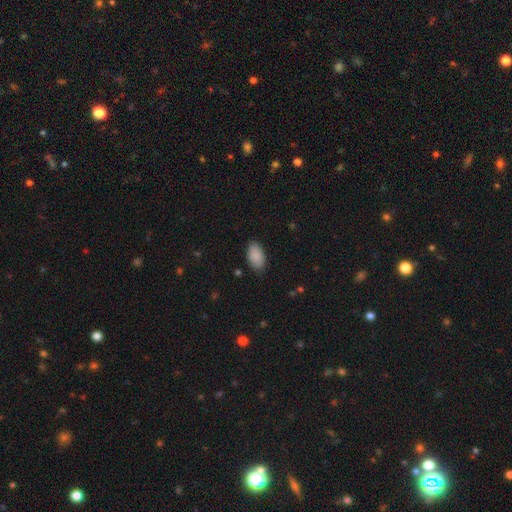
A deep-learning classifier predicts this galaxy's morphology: Smooth or featured? smooth (89%)
How rounded? in between (95%)
Merging? none (85%)